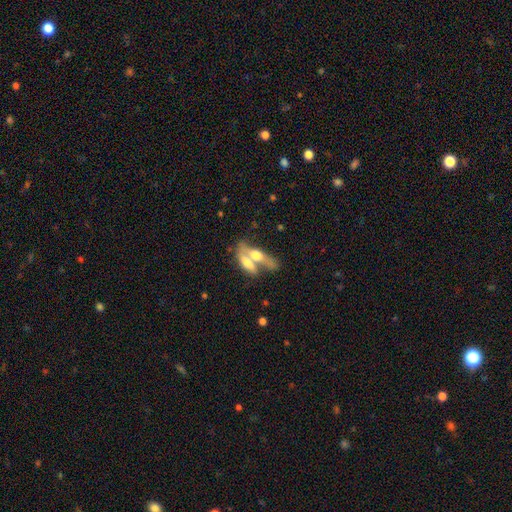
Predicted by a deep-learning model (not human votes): smooth-or-featured: smooth: 53% | featured or disk: 40% | star or artifact: 7%
  how-rounded: in between: 63% | cigar-shaped: 33% | round: 5%
  merging: merger: 66% | none: 20% | minor disturbance: 8% | major disturbance: 6%